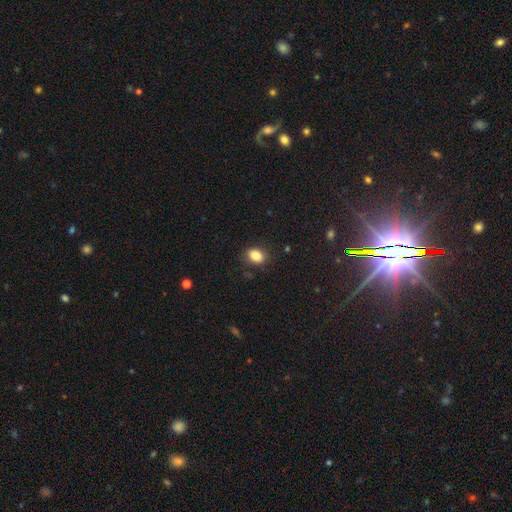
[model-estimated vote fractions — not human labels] Morphology: type=smooth (85%); roundness=in between (71%); merging=none (84%).